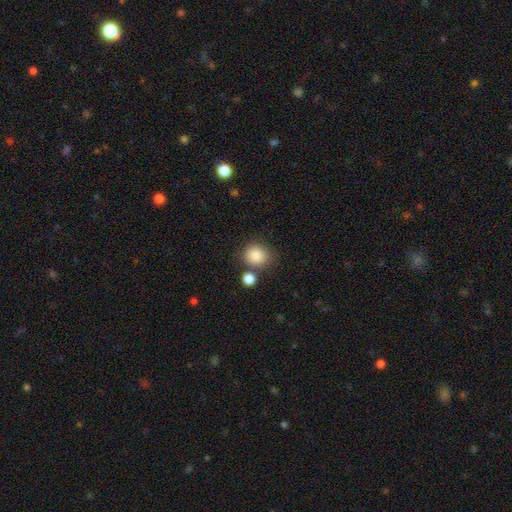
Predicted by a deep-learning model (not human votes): The model was most divided on "merging": none: 73%, merger: 12%, minor disturbance: 11%, major disturbance: 4%. More confident: smooth or featured — smooth (86%); how rounded — round (83%).